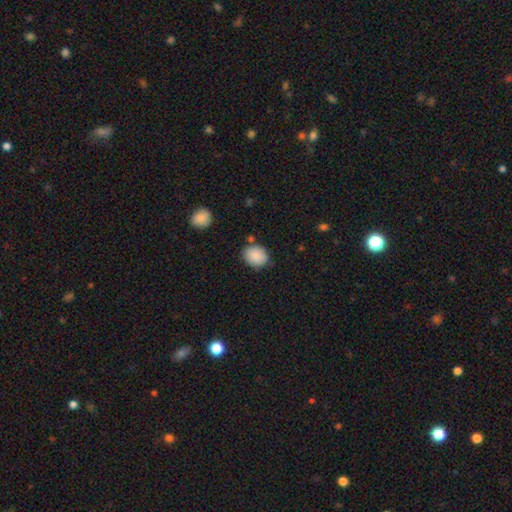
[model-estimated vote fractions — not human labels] Q: Smooth or featured?
A: smooth (88%); runner-up: star or artifact (8%)
Q: How rounded?
A: round (58%); runner-up: in between (41%)
Q: Merging?
A: none (78%); runner-up: minor disturbance (15%)